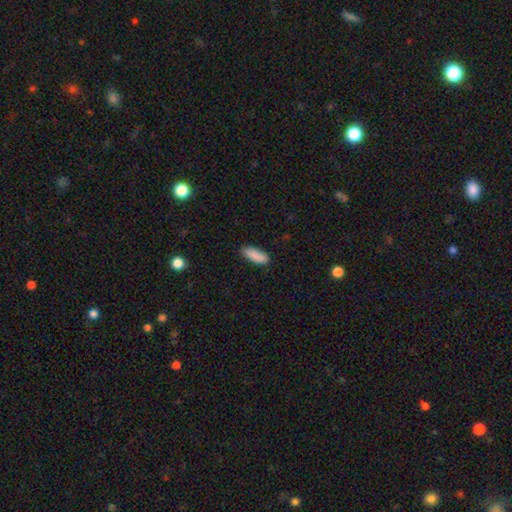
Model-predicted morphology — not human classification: Smooth or featured? smooth (89%)
How rounded? in between (66%)
Merging? none (83%)